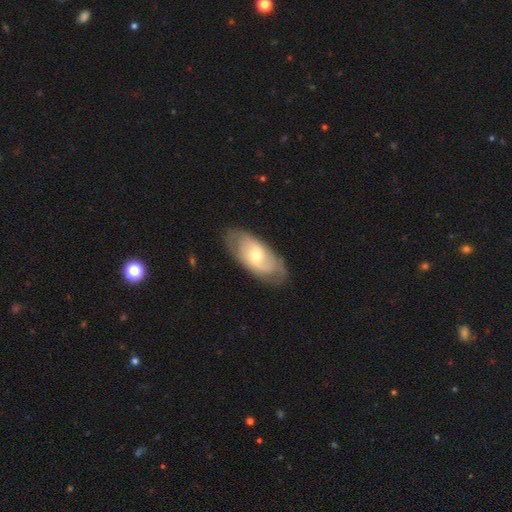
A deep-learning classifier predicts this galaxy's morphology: This appears to be a featured or disk galaxy (63%) with no bar (64%), spiral arms (77%) and a moderate central bulge (59%). Merging: none (77%).